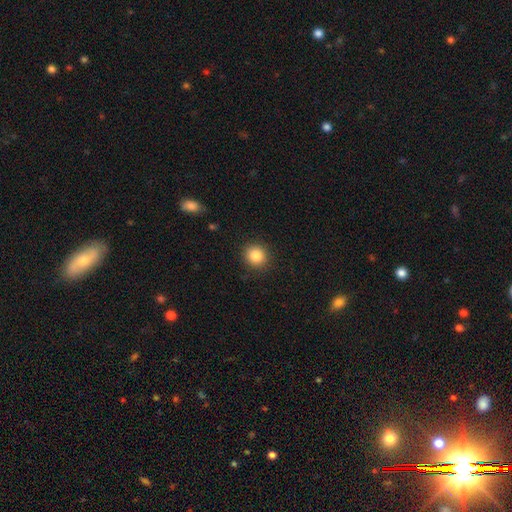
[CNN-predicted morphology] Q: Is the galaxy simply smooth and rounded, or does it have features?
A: smooth — 85%.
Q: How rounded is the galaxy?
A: round — 90%.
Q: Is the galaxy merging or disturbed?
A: none — 90%.